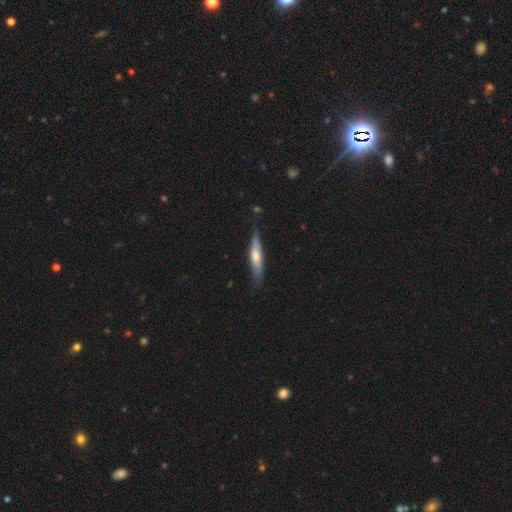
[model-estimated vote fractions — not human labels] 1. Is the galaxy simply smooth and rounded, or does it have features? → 49% featured or disk, 45% smooth, 6% star or artifact.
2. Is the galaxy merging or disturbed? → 76% none, 19% minor disturbance, 4% major disturbance, 2% merger.